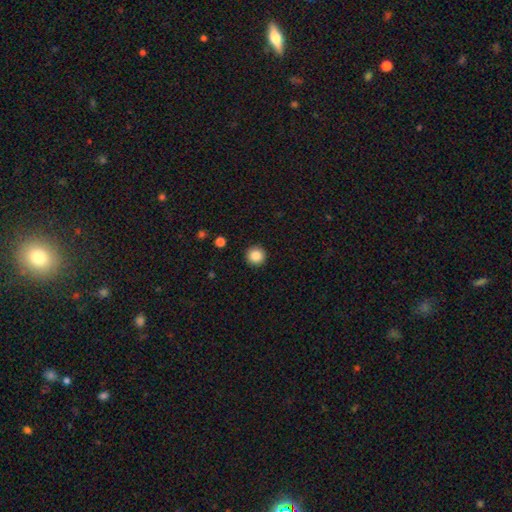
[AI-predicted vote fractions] Smooth or featured? smooth (85%)
How rounded? round (96%)
Merging? none (93%)